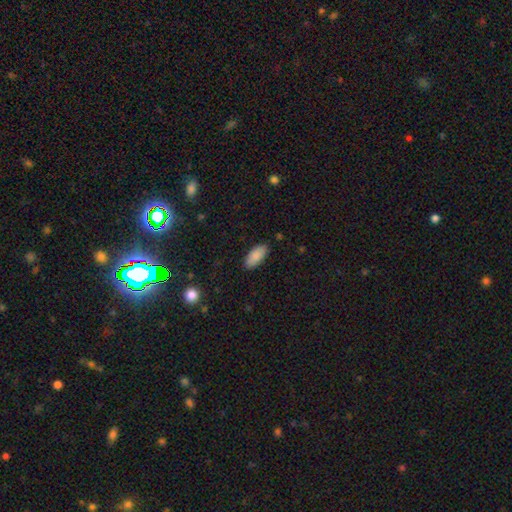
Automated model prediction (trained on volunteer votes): This appears to be a smooth galaxy with no disk features (89%) that is in between round and cigar-shaped (88%). Merging: none (87%).